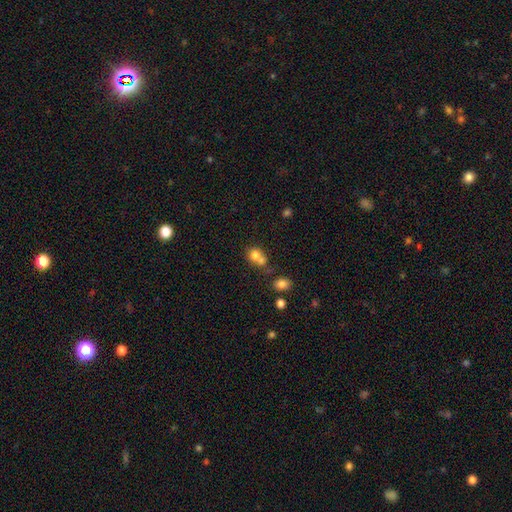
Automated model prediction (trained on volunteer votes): The model was most divided on "merging": merger: 57%, none: 32%, minor disturbance: 8%, major disturbance: 4%. More confident: smooth or featured — smooth (76%); how rounded — round (70%).